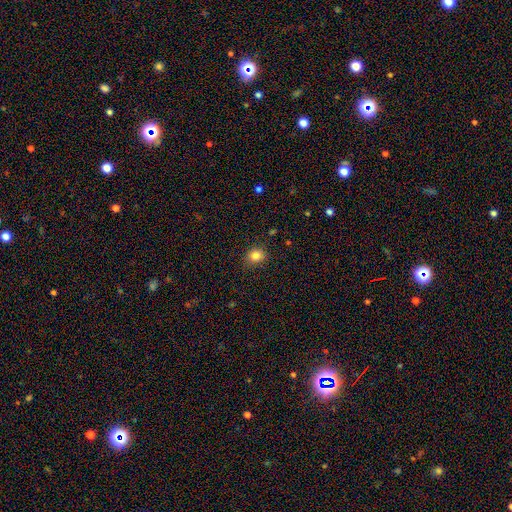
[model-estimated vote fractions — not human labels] Smooth or featured? smooth (83%)
How rounded? round (66%)
Merging? none (84%)